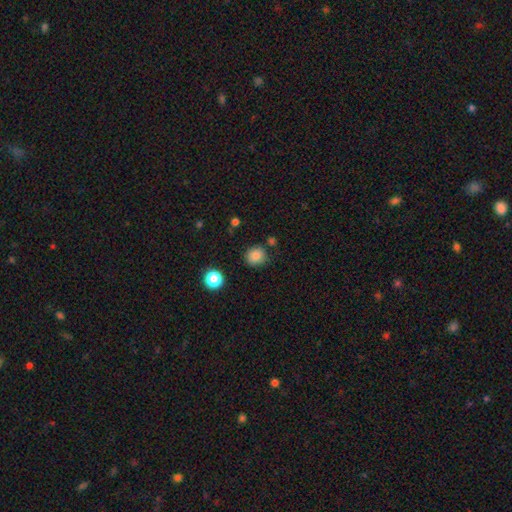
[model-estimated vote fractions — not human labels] Smooth or featured: smooth — 84% (star or artifact — 11%)
How rounded: round — 82% (in between — 17%)
Merging: none — 79% (minor disturbance — 13%)